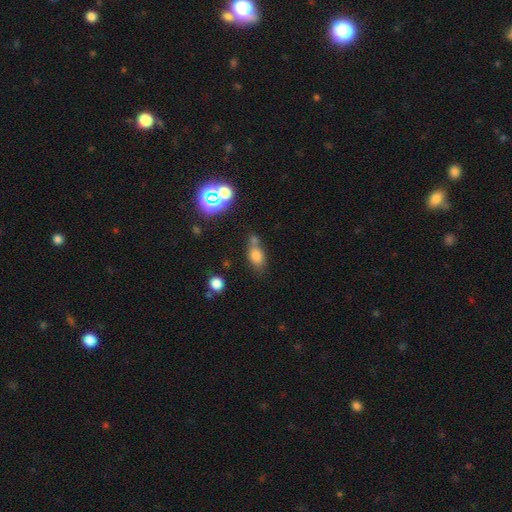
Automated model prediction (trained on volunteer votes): Overall: smooth (75%). How rounded: in between (77%). Merging: none (48%; merger 29%).